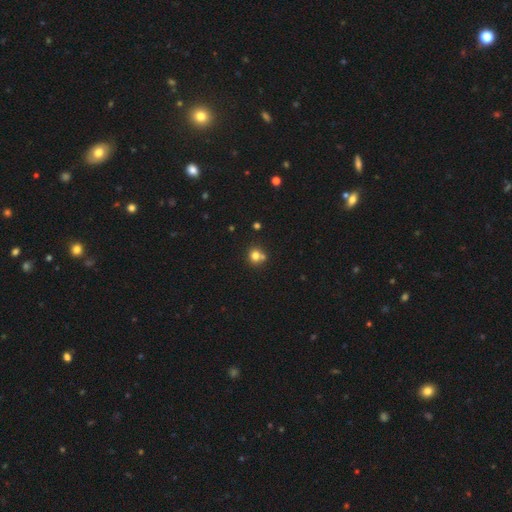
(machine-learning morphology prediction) Smooth or featured?
  - smooth: 77% *
  - star or artifact: 13%
  - featured or disk: 10%
How rounded?
  - round: 84% *
  - in between: 15%
  - cigar-shaped: 1%
Merging?
  - none: 57% *
  - merger: 31%
  - minor disturbance: 9%
  - major disturbance: 3%